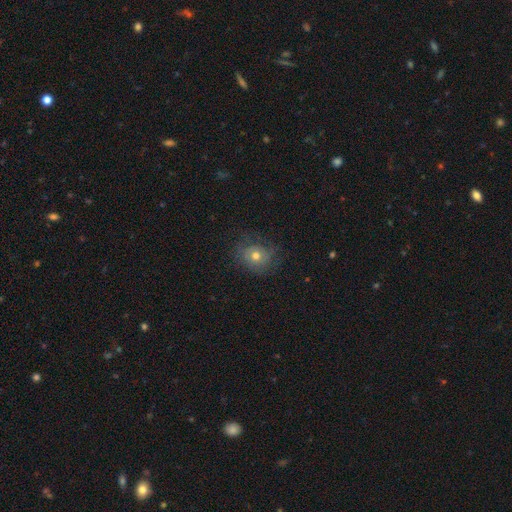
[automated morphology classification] smooth_or_featured: smooth (p=0.57) [alt: featured or disk p=0.29]
how_rounded: round (p=0.74) [alt: in between p=0.25]
merging: none (p=0.71) [alt: minor disturbance p=0.18]